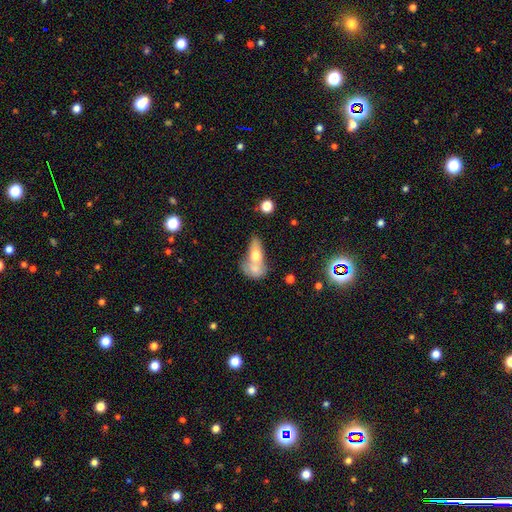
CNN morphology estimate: smooth-or-featured: smooth: 66% | featured or disk: 26% | star or artifact: 8%
  how-rounded: in between: 75% | round: 17% | cigar-shaped: 9%
  merging: merger: 72% | none: 16% | minor disturbance: 7% | major disturbance: 5%